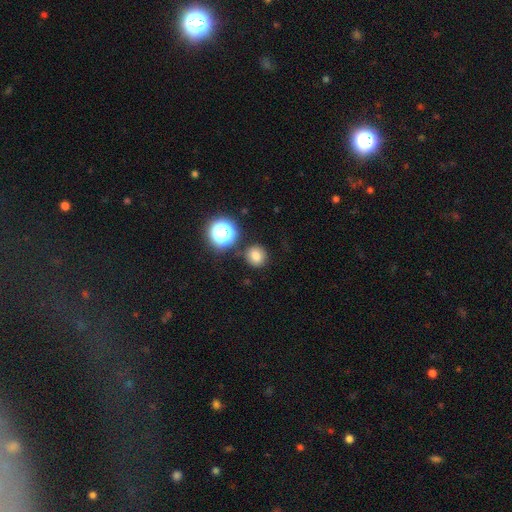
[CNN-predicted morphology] A smooth galaxy with no disk features (76%) that is round (89%).

Vote fractions:
- Smooth or featured? smooth: 76% / star or artifact: 16% / featured or disk: 8%
- How rounded? round: 89% / in between: 10% / cigar-shaped: 1%
- Merging? none: 83% / minor disturbance: 9% / merger: 5% / major disturbance: 3%